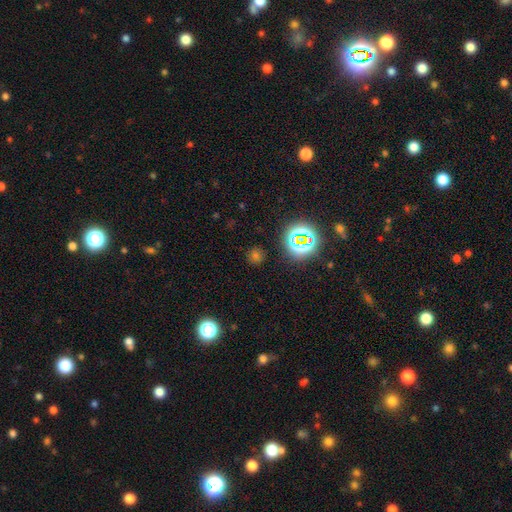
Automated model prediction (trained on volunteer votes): A smooth galaxy with no disk features (55%) that is round (89%).

Vote fractions:
- Smooth or featured? smooth: 55% / star or artifact: 37% / featured or disk: 7%
- How rounded? round: 89% / in between: 10% / cigar-shaped: 1%
- Merging? none: 85% / minor disturbance: 9% / major disturbance: 3% / merger: 3%